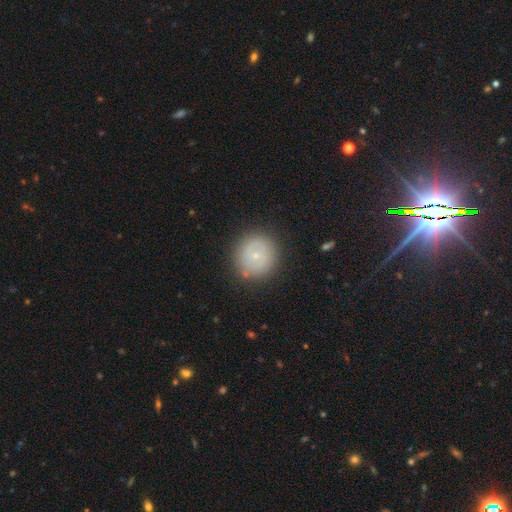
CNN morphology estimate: smooth_or_featured: smooth (p=0.56) [alt: featured or disk p=0.35]
how_rounded: round (p=0.91) [alt: in between p=0.08]
merging: none (p=0.86) [alt: minor disturbance p=0.10]